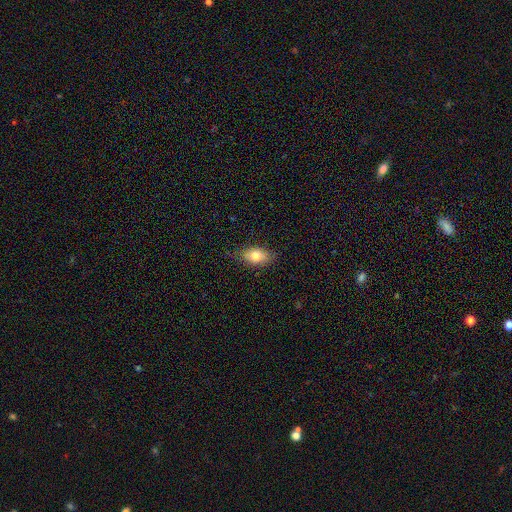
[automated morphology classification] smooth-or-featured: smooth: 77% | featured or disk: 15% | star or artifact: 8%
  how-rounded: in between: 87% | round: 9% | cigar-shaped: 4%
  merging: none: 78% | minor disturbance: 18% | major disturbance: 4% | merger: 1%